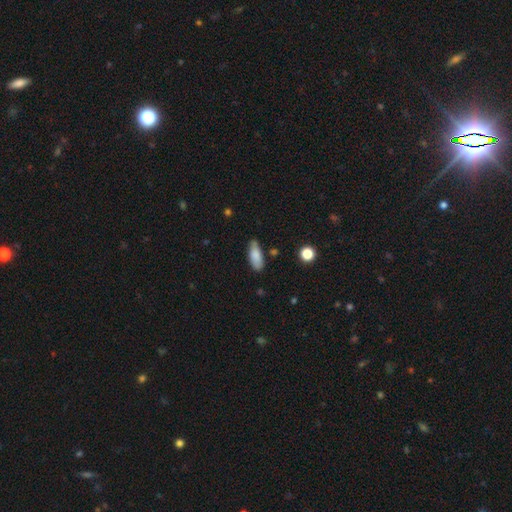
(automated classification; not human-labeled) Morphology: type=smooth (83%); roundness=in between (75%); merging=none (71%).